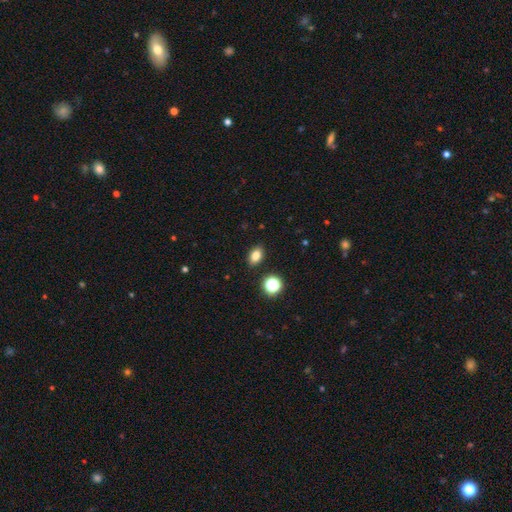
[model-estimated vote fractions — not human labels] smooth_or_featured: smooth (p=0.81) [alt: star or artifact p=0.13]
how_rounded: in between (p=0.80) [alt: round p=0.18]
merging: none (p=0.87) [alt: minor disturbance p=0.08]